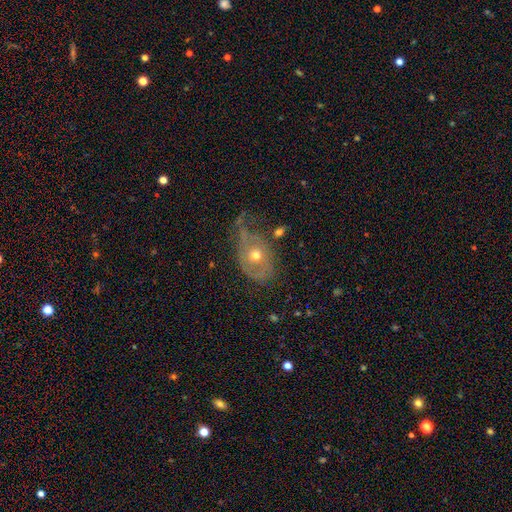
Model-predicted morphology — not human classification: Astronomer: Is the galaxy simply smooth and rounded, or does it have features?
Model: featured or disk — 57% (runner-up: smooth, 34%).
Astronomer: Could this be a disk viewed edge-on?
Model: no — 93%.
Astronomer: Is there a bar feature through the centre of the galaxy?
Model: no — 86%.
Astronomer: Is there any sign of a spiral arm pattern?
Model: no — 54% (runner-up: yes, 46%).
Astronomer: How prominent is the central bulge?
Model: moderate — 62%.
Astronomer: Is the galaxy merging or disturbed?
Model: major disturbance — 35% (runner-up: none, 31%).